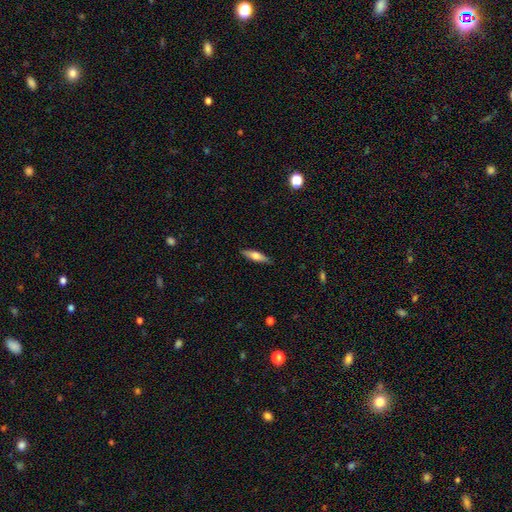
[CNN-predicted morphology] Smooth or featured? smooth (60%)
How rounded? cigar-shaped (65%)
Merging? none (88%)